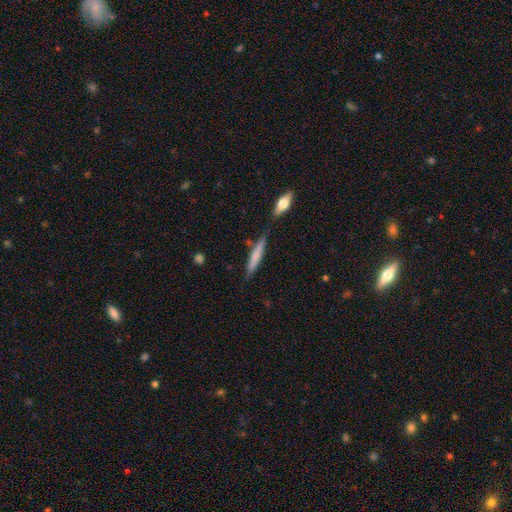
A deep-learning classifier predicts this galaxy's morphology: Smooth or featured?
  - smooth: 71% *
  - featured or disk: 23%
  - star or artifact: 6%
How rounded?
  - cigar-shaped: 92% *
  - in between: 7%
  - round: 1%
Merging?
  - none: 76% *
  - minor disturbance: 13%
  - merger: 8%
  - major disturbance: 3%